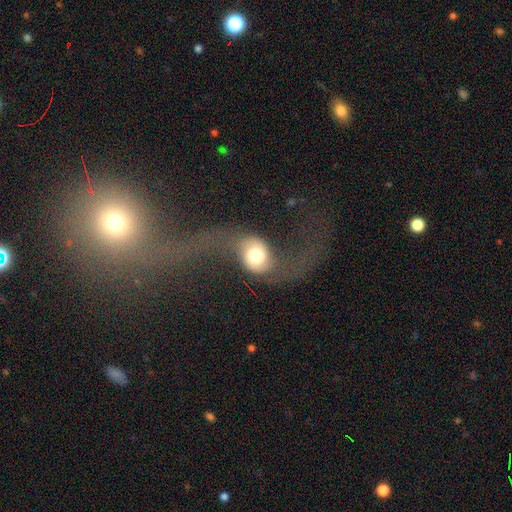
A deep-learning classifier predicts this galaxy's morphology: The model was most divided on "merging": major disturbance: 48%, none: 33%, minor disturbance: 14%, merger: 5%. More confident: edge-on disk — no (94%); spiral arms — yes (76%); bar — no (68%); smooth or featured — featured or disk (56%); bulge size — moderate (55%).